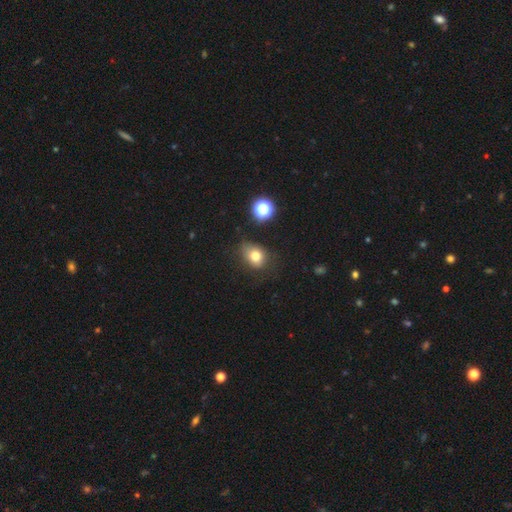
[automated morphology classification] Smooth or featured: smooth — 77% (star or artifact — 13%)
How rounded: in between — 54% (round — 45%)
Merging: none — 62% (minor disturbance — 26%)